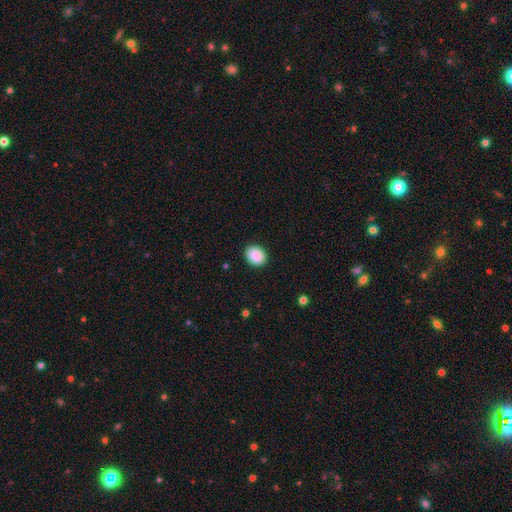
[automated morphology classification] smooth 90%, star or artifact 8%, featured or disk 3%. Down the decision tree: how rounded — round (56%); merging — none (90%).